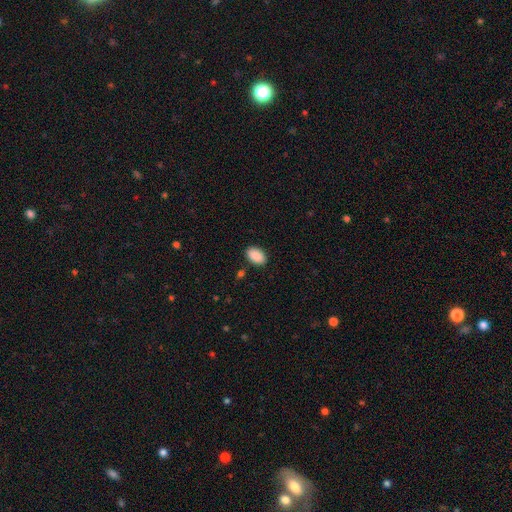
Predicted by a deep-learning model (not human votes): smooth 90%, star or artifact 7%, featured or disk 3%. Down the decision tree: how rounded — in between (91%); merging — none (87%).